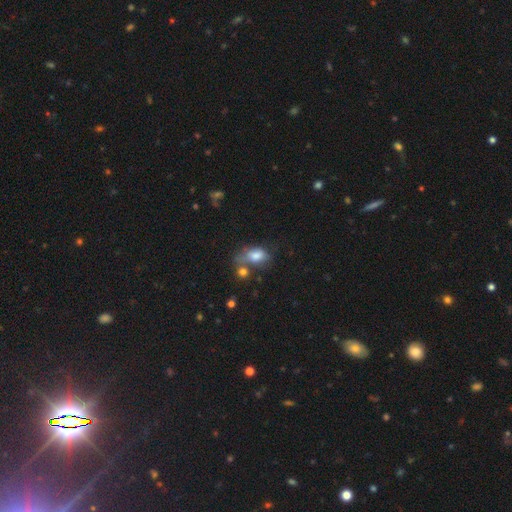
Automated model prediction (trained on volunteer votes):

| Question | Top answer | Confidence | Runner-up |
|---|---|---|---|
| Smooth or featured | smooth | 75% | featured or disk (15%) |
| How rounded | in between | 83% | round (15%) |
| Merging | none | 32% | merger (27%) |